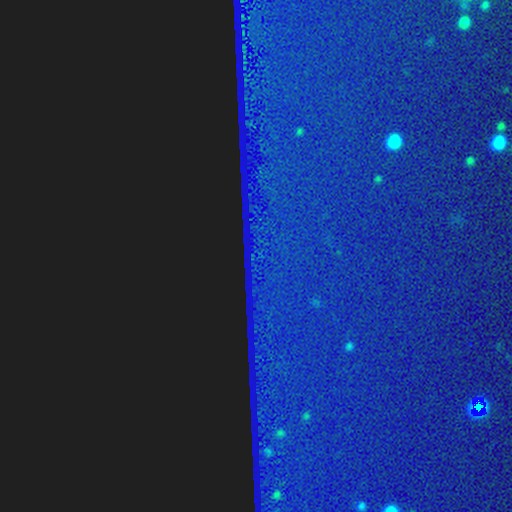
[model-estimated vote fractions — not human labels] star or artifact 84%, featured or disk 8%, smooth 8%.